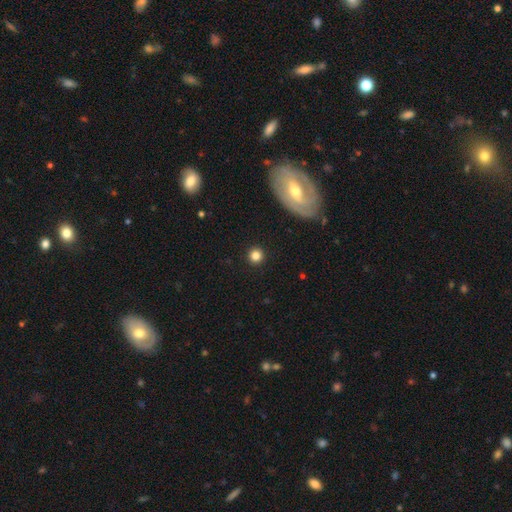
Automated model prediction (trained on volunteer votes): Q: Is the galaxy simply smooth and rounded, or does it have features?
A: smooth — 83%.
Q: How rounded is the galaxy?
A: round — 94%.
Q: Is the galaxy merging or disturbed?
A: none — 92%.